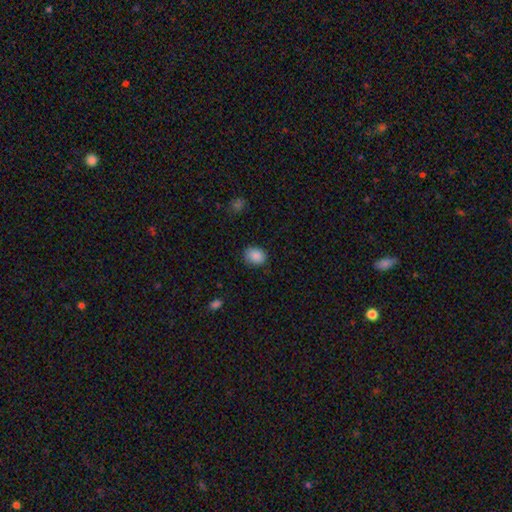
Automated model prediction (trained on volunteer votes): This appears to be a smooth galaxy with no disk features (88%) that is in between round and cigar-shaped (52%). Merging: none (81%).